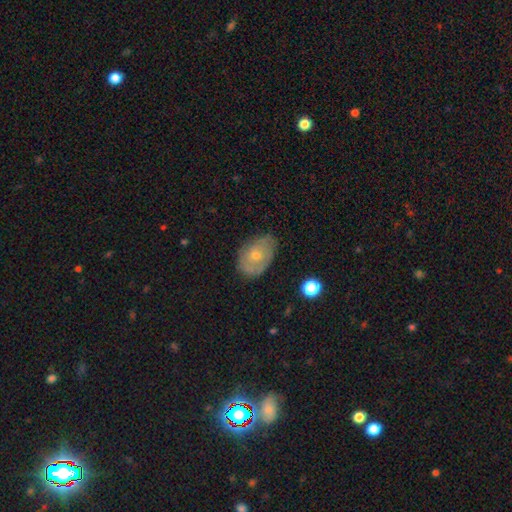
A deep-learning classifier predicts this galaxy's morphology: This is possibly a smooth galaxy (51%). How rounded: clearly in between (83%). Merging: likely none (70%).